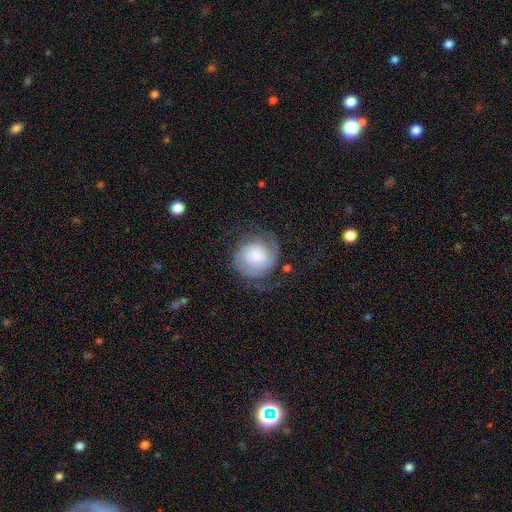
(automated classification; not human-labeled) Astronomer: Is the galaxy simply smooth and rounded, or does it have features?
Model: featured or disk — 71%.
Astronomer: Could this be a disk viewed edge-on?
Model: no — 98%.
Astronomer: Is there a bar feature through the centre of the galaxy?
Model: no — 67%.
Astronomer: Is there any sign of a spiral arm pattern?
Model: yes — 93%.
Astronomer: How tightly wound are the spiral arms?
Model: tight — 46% (runner-up: medium, 39%).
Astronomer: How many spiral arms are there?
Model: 2 — 74%.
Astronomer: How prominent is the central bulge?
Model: large — 27% (runner-up: small, 26%).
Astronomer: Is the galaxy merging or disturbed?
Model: none — 62%.